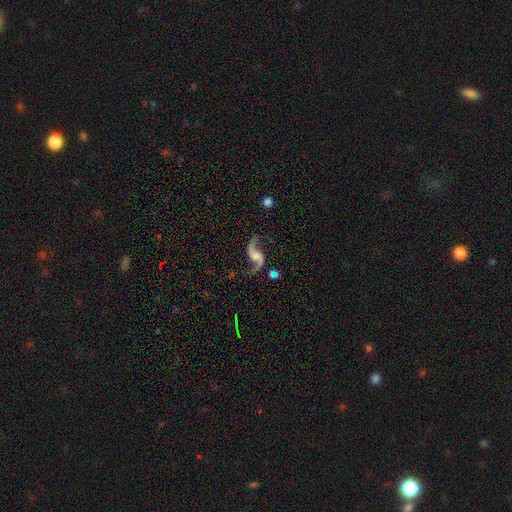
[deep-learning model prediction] Smooth or featured?
  - featured or disk: 89% *
  - star or artifact: 6%
  - smooth: 5%
Edge-on disk?
  - no: 97% *
  - yes: 3%
Bar?
  - no: 54% *
  - weak: 35%
  - strong: 12%
Spiral arms?
  - yes: 97% *
  - no: 3%
Spiral winding?
  - loose: 88% *
  - medium: 10%
  - tight: 2%
Spiral arm count?
  - 2: 94% *
  - 1: 2%
  - can't tell: 1%
  - 3: 1%
  - 4: 1%
  - more than 4: 1%
Bulge size?
  - none: 38% *
  - small: 23%
  - moderate: 22%
  - large: 14%
  - dominant: 3%
Merging?
  - none: 74% *
  - minor disturbance: 14%
  - major disturbance: 9%
  - merger: 3%